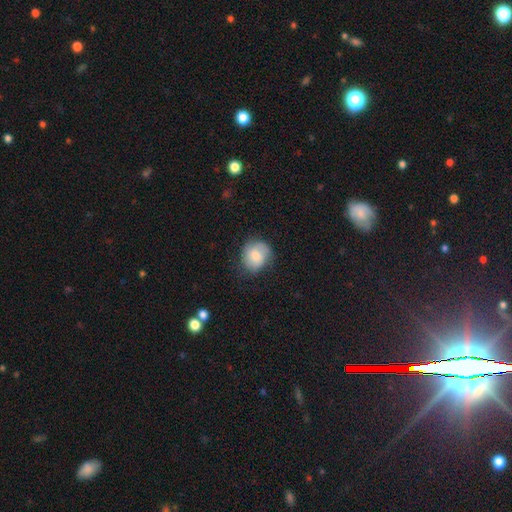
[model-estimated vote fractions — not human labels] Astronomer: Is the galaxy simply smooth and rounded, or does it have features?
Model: smooth — 69%.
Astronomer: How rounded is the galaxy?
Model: round — 75%.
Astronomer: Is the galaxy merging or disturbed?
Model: none — 67%.